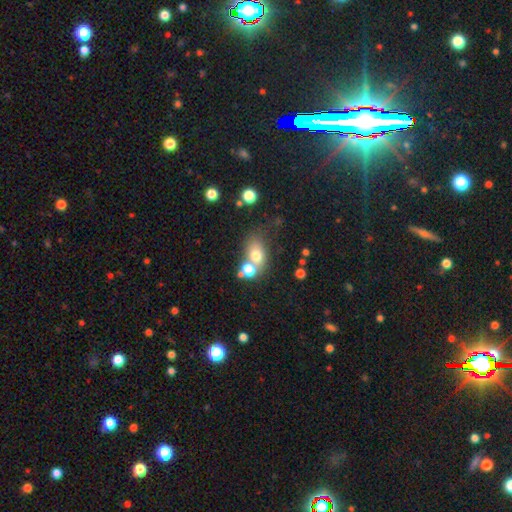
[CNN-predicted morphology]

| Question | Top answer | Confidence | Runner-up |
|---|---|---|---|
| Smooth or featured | smooth | 70% | featured or disk (16%) |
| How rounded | in between | 62% | round (36%) |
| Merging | none | 42% | merger (38%) |